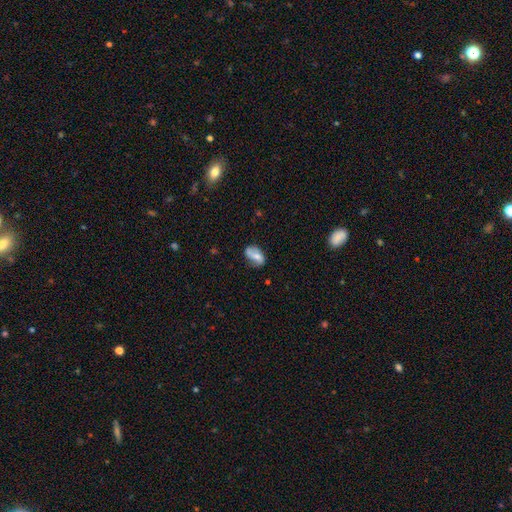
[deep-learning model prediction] smooth_or_featured: smooth (p=0.47) [alt: featured or disk p=0.45]
merging: none (p=0.64) [alt: minor disturbance p=0.26]